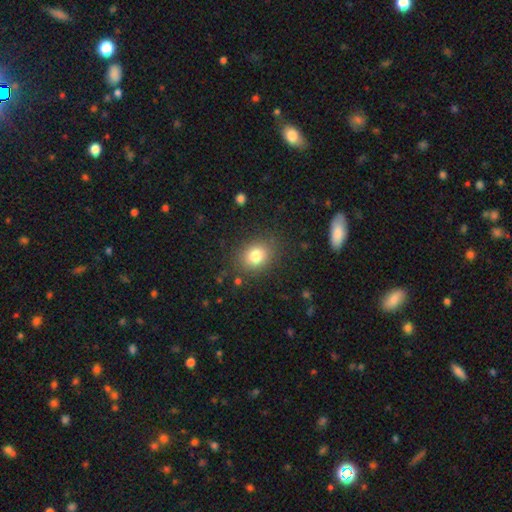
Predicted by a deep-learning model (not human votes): Smooth or featured?
  - smooth: 79% *
  - star or artifact: 12%
  - featured or disk: 9%
How rounded?
  - round: 59% *
  - in between: 40%
  - cigar-shaped: 1%
Merging?
  - none: 83% *
  - minor disturbance: 11%
  - major disturbance: 4%
  - merger: 2%